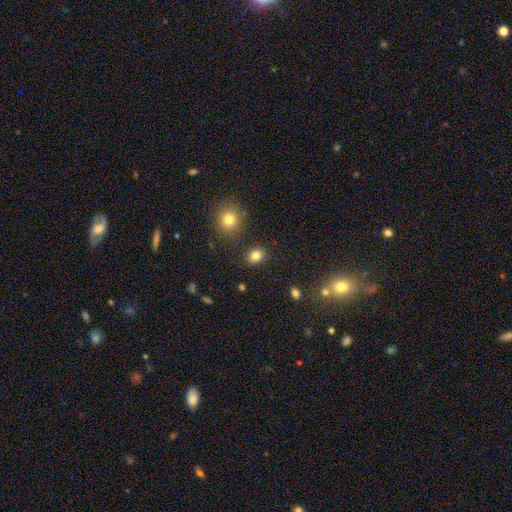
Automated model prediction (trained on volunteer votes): The model was most divided on "how rounded": round: 51%, in between: 48%, cigar-shaped: 1%. More confident: merging — none (85%); smooth or featured — smooth (82%).